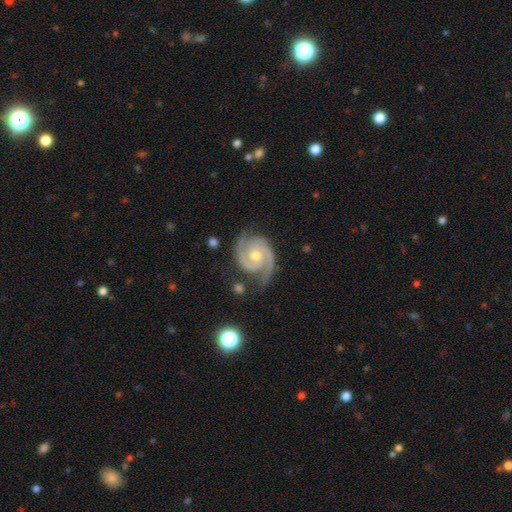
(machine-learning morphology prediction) featured or disk 93%, star or artifact 4%, smooth 3%. Down the decision tree: edge-on disk — no (98%); bar — no (68%); spiral arms — yes (99%); spiral arm count — 2 (92%); spiral winding — tight (54%); bulge size — moderate (65%); merging — none (77%).